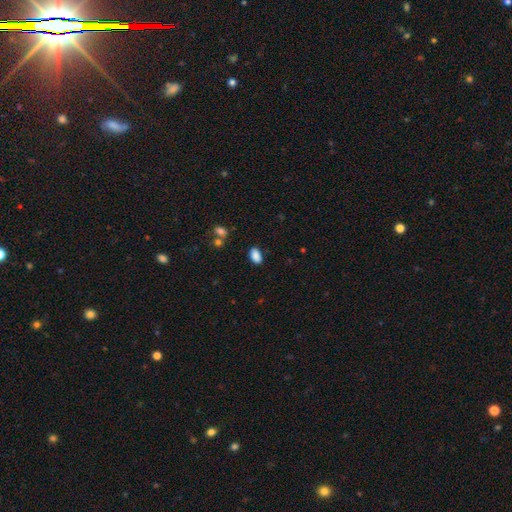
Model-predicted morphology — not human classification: Smooth or featured? Predicted: smooth (p=0.88). How rounded? Predicted: in between (p=0.92). Merging? Predicted: none (p=0.85).